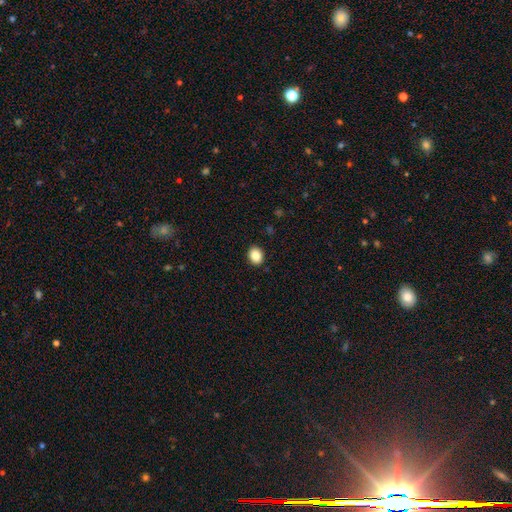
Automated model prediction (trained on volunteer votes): A smooth galaxy with no disk features (86%) that is round (51%). Merging: none (91%).